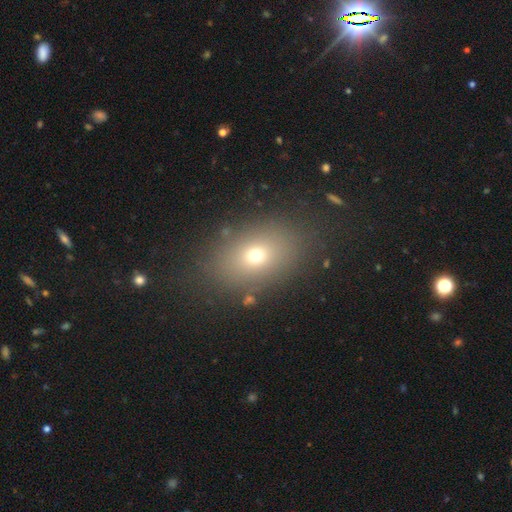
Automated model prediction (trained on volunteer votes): Smooth or featured?
  - smooth: 67% *
  - star or artifact: 18%
  - featured or disk: 15%
How rounded?
  - in between: 71% *
  - round: 27%
  - cigar-shaped: 2%
Merging?
  - none: 82% *
  - minor disturbance: 10%
  - major disturbance: 6%
  - merger: 2%